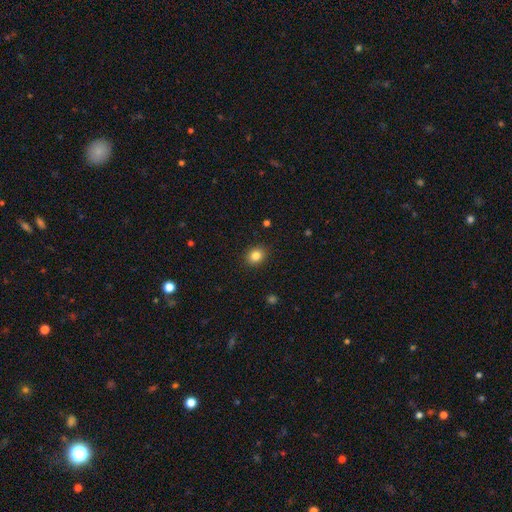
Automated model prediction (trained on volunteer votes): Smooth or featured? smooth (83%)
How rounded? round (62%)
Merging? none (89%)